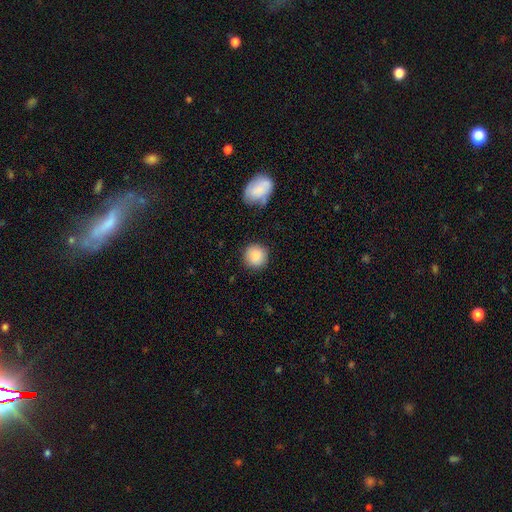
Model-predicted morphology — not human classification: smooth_or_featured: smooth (p=0.87) [alt: star or artifact p=0.08]
how_rounded: round (p=0.92) [alt: in between p=0.07]
merging: none (p=0.88) [alt: minor disturbance p=0.08]